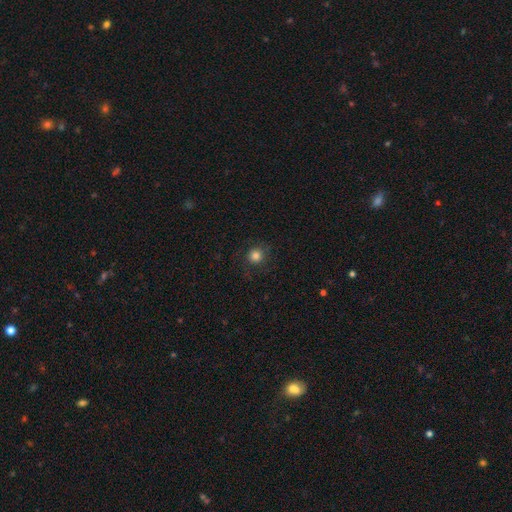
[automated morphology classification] smooth-or-featured: smooth: 80% | star or artifact: 12% | featured or disk: 7%
  how-rounded: round: 93% | in between: 6% | cigar-shaped: 1%
  merging: none: 83% | minor disturbance: 11% | major disturbance: 5% | merger: 1%